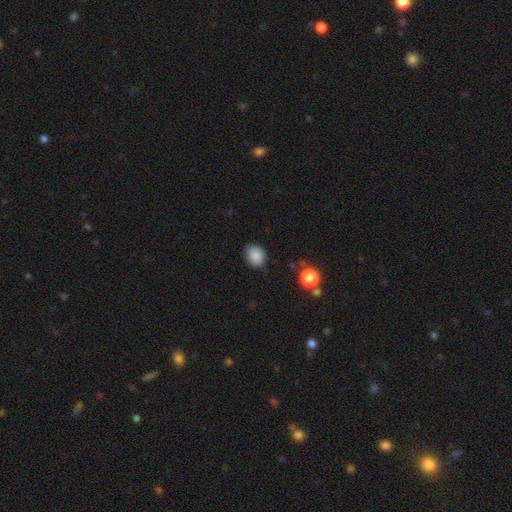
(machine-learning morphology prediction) Smooth or featured? smooth (87%)
How rounded? round (54%)
Merging? none (84%)